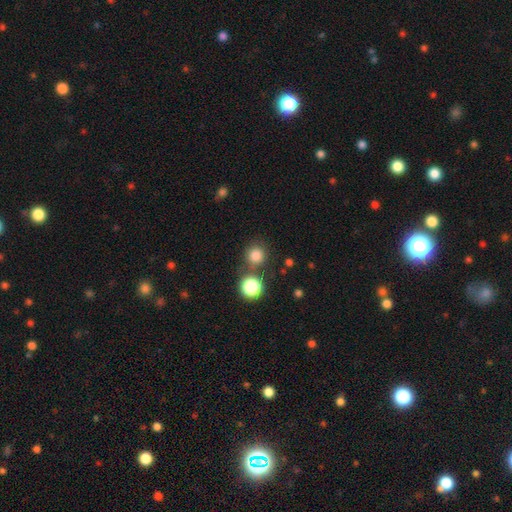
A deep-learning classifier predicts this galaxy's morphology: type=smooth (81%); roundness=round (92%); merging=none (72%).